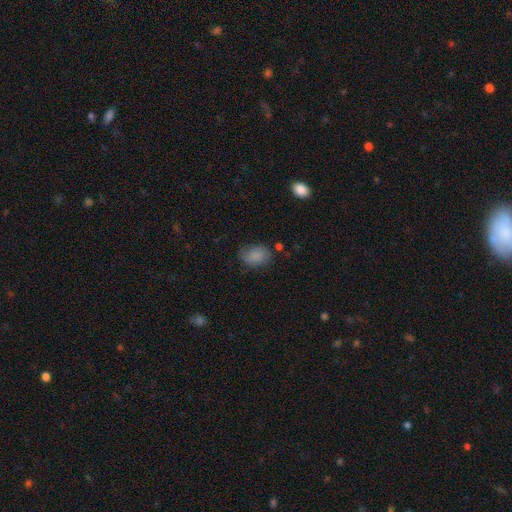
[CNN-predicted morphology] Smooth or featured? Predicted: smooth (p=0.83). How rounded? Predicted: in between (p=0.74). Merging? Predicted: none (p=0.68).